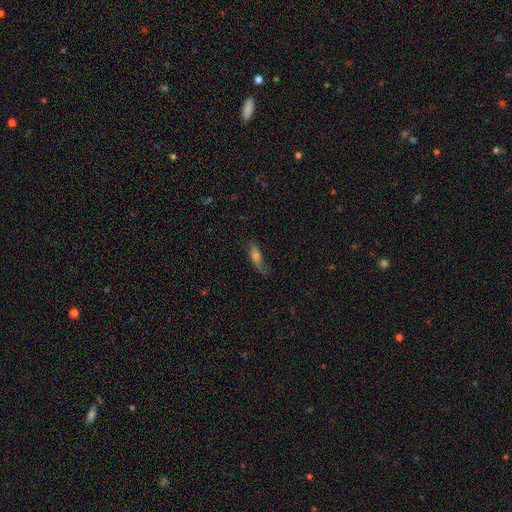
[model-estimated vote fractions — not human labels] Q: Smooth or featured?
A: smooth (48%); runner-up: featured or disk (42%)
Q: Merging?
A: none (54%); runner-up: minor disturbance (27%)